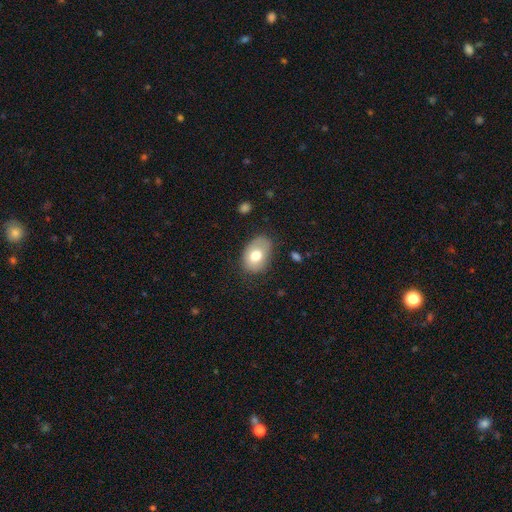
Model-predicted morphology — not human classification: Smooth or featured? smooth (72%)
How rounded? in between (80%)
Merging? none (68%)